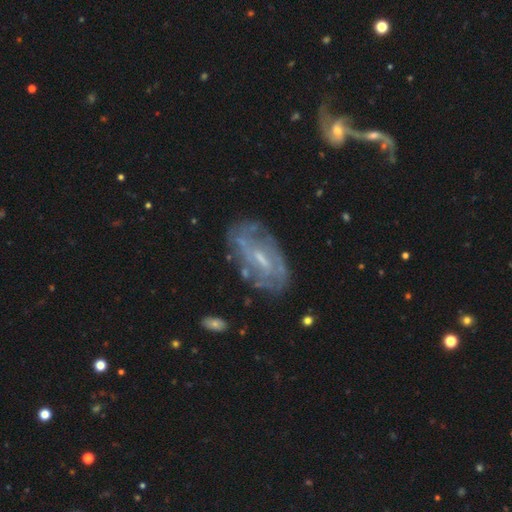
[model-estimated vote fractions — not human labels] Smooth or featured: featured or disk — 74% (smooth — 16%)
Edge-on disk: no — 92% (yes — 8%)
Bar: weak — 50% (no — 30%)
Spiral arms: yes — 80% (no — 20%)
Spiral winding: tight — 47% (medium — 35%)
Spiral arm count: can't tell — 45% (2 — 33%)
Bulge size: small — 63% (moderate — 27%)
Merging: none — 71% (minor disturbance — 17%)